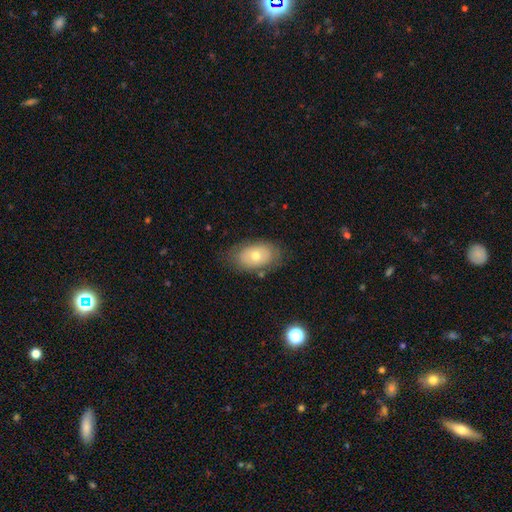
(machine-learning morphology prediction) This is likely a smooth galaxy (60%). How rounded: clearly in between (88%). Merging: likely none (75%).